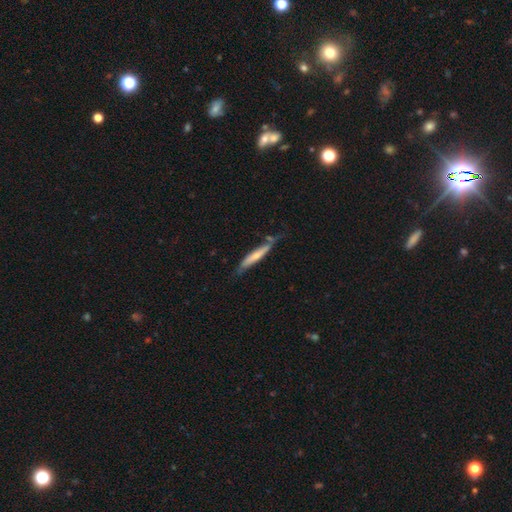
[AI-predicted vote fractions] Smooth or featured? smooth (53%)
How rounded? cigar-shaped (91%)
Merging? none (59%)